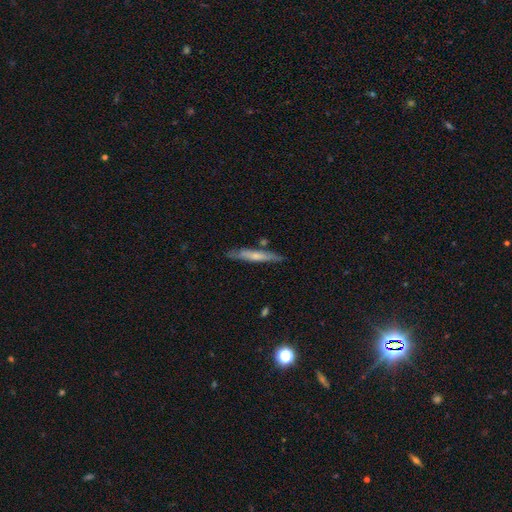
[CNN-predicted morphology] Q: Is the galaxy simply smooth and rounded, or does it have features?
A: smooth — 52%.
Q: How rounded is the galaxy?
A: cigar-shaped — 92%.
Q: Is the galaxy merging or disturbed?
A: none — 78%.